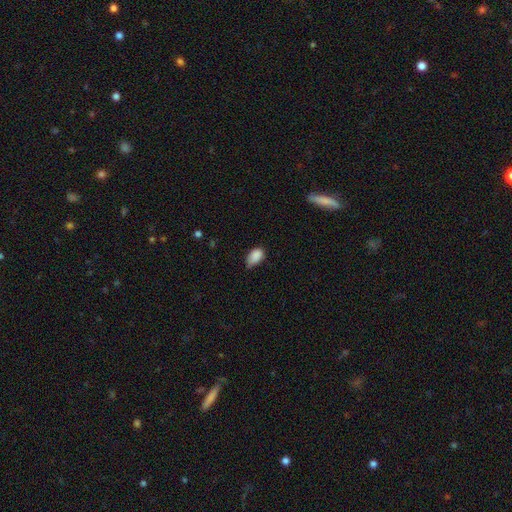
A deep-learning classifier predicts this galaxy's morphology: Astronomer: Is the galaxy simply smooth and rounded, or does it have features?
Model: smooth — 87%.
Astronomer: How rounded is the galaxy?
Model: in between — 90%.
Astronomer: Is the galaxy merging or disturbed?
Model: none — 52% (runner-up: minor disturbance, 39%).